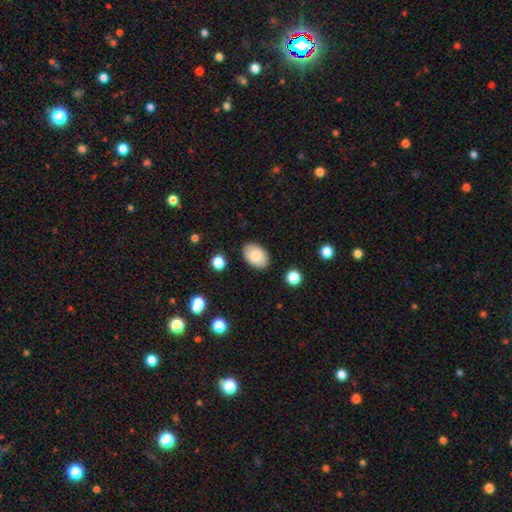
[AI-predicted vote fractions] Q: Smooth or featured?
A: smooth (85%); runner-up: featured or disk (8%)
Q: How rounded?
A: in between (91%); runner-up: round (8%)
Q: Merging?
A: none (86%); runner-up: minor disturbance (10%)